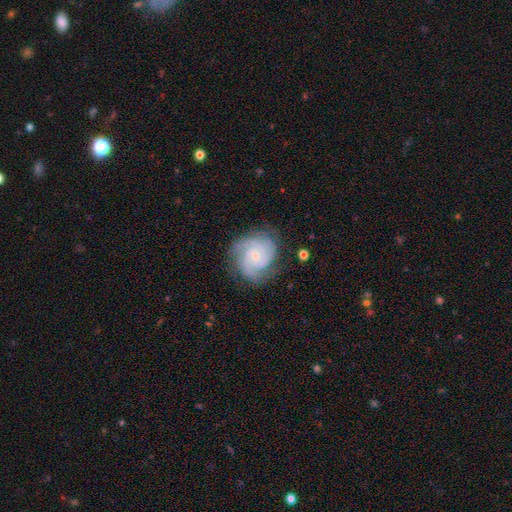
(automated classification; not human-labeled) This appears to be a featured or disk galaxy (86%) with no bar (69%), 3 (39%) tight (66%) spiral arms (97%) and a small central bulge (79%). Merging: none (74%).